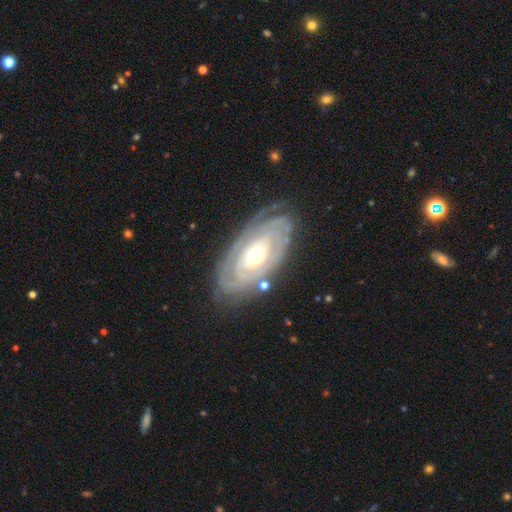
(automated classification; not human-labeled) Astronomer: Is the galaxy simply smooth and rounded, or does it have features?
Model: featured or disk — 83%.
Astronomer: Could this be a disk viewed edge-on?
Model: no — 92%.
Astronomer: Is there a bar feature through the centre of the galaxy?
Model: no — 65%.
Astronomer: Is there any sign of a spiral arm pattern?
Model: yes — 85%.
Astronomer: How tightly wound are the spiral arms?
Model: tight — 77%.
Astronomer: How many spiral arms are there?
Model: can't tell — 47% (runner-up: 2, 25%).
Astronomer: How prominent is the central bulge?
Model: moderate — 67%.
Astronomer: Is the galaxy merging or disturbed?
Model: none — 71%.